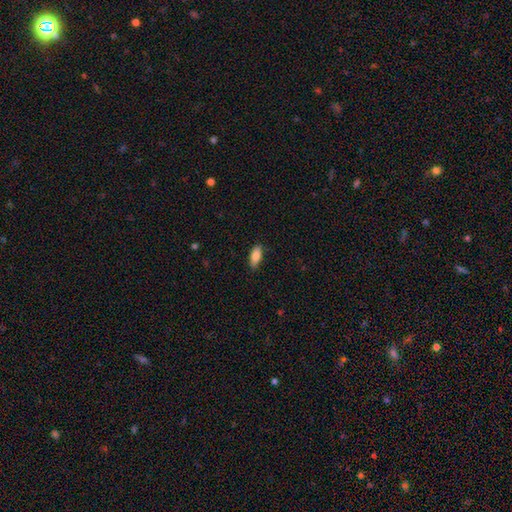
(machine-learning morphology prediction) Smooth or featured? smooth (85%)
How rounded? in between (82%)
Merging? none (83%)